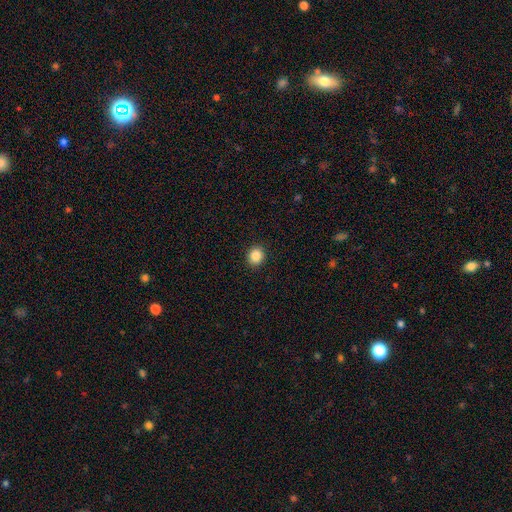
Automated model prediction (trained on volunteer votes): This appears to be a smooth galaxy with no disk features (86%) that is round (81%). Merging: none (92%).